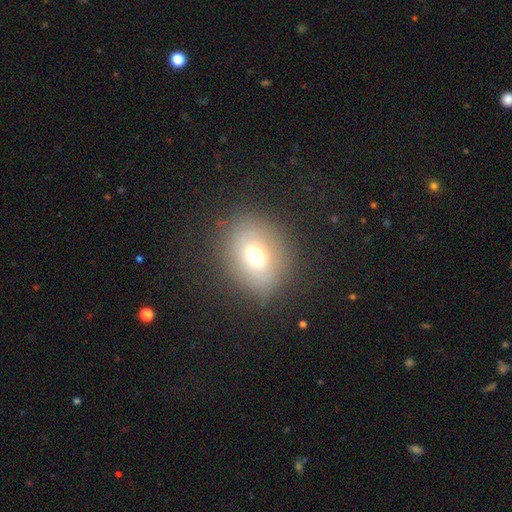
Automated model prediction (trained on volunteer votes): smooth-or-featured: smooth: 65% | featured or disk: 19% | star or artifact: 17%
  how-rounded: in between: 55% | round: 44% | cigar-shaped: 1%
  merging: none: 79% | minor disturbance: 13% | major disturbance: 7% | merger: 2%